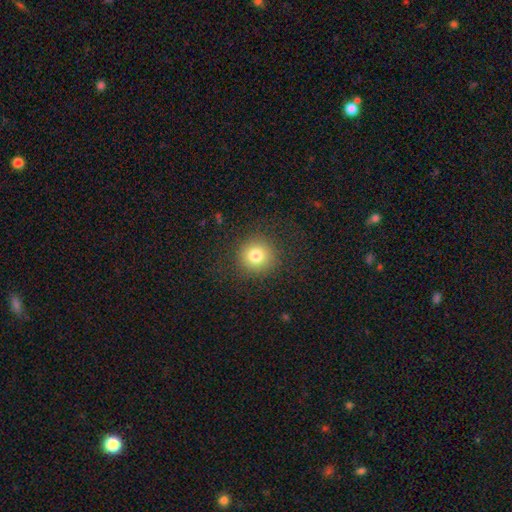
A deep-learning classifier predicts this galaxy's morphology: A smooth galaxy with no disk features (79%) that is round (94%).

Vote fractions:
- Smooth or featured? smooth: 79% / star or artifact: 12% / featured or disk: 9%
- How rounded? round: 94% / in between: 5% / cigar-shaped: 1%
- Merging? none: 88% / minor disturbance: 7% / major disturbance: 4% / merger: 1%